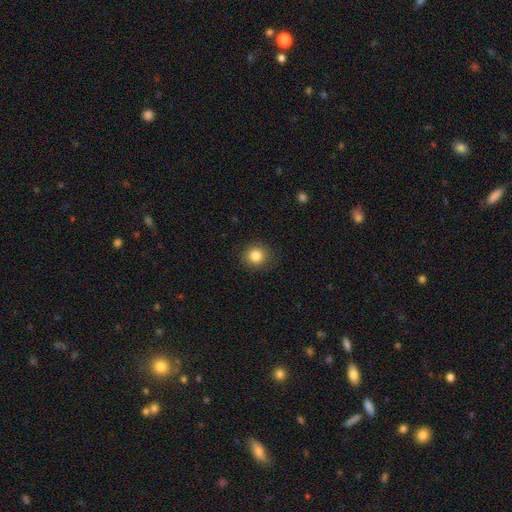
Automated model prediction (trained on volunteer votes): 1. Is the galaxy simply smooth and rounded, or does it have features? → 84% smooth, 10% star or artifact, 5% featured or disk.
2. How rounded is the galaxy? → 88% round, 11% in between, 1% cigar-shaped.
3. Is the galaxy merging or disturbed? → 88% none, 8% minor disturbance, 3% major disturbance, 1% merger.